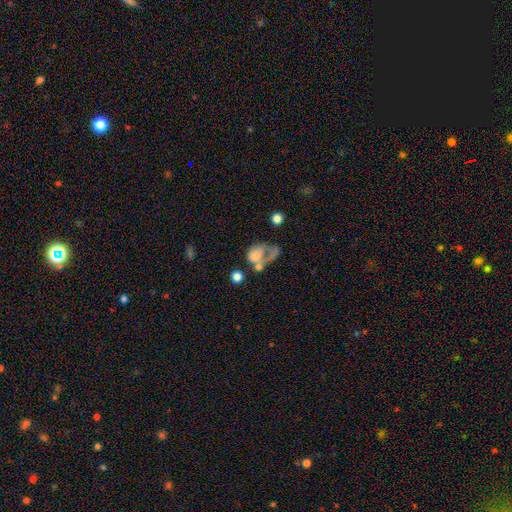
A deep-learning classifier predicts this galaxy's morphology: Smooth or featured: smooth — 52% (featured or disk — 36%)
How rounded: in between — 69% (round — 29%)
Merging: major disturbance — 36% (merger — 30%)